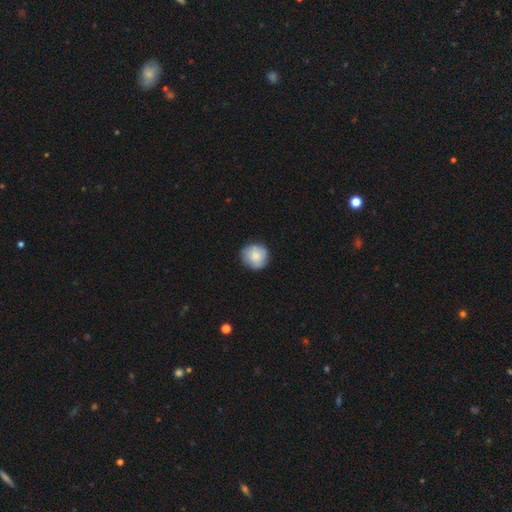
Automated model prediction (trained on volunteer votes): Smooth or featured? smooth (81%)
How rounded? round (92%)
Merging? none (83%)